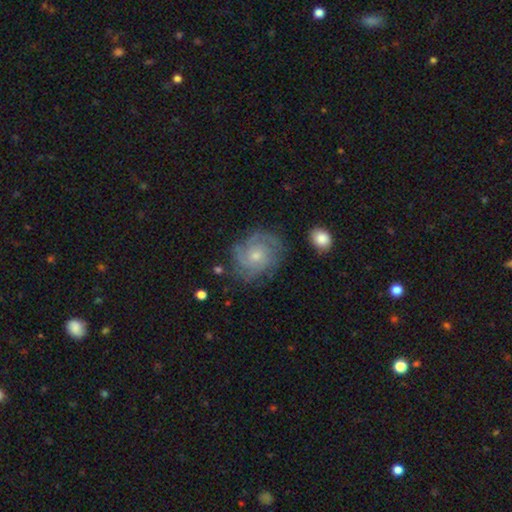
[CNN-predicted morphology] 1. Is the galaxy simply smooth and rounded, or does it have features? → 78% featured or disk, 15% smooth, 7% star or artifact.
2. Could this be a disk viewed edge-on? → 98% no, 2% yes.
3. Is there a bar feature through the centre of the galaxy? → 77% no, 20% weak, 3% strong.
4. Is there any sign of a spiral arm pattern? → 94% yes, 6% no.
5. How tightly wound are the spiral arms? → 64% tight, 29% medium, 7% loose.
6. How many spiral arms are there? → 31% can't tell, 26% 3, 16% 2, 14% 4, 6% more than 4, 6% 1.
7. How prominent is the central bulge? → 59% small, 36% moderate, 2% none, 2% large, 1% dominant.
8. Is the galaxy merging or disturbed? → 73% none, 18% minor disturbance, 7% major disturbance, 2% merger.